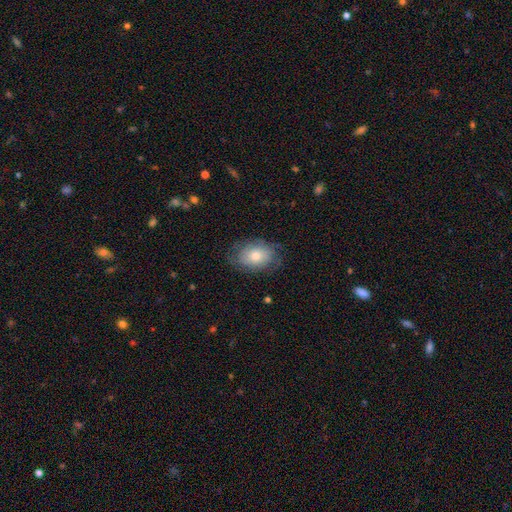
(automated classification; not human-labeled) Smooth or featured: smooth — 59% (featured or disk — 33%)
How rounded: in between — 75% (round — 24%)
Merging: none — 71% (minor disturbance — 20%)